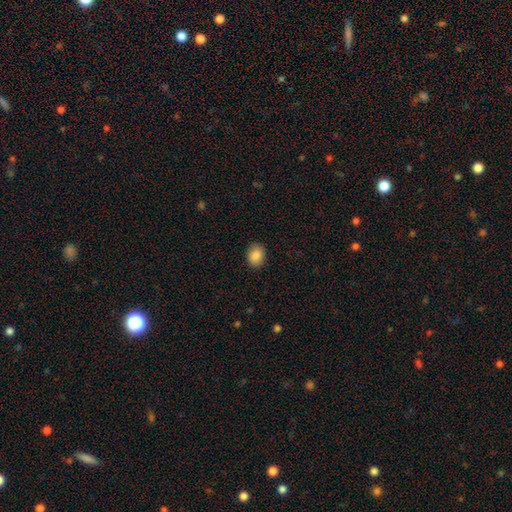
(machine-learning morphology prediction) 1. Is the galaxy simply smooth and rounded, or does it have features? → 89% smooth, 8% star or artifact, 4% featured or disk.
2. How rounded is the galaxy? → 60% in between, 39% round, 1% cigar-shaped.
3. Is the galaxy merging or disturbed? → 87% none, 9% minor disturbance, 2% major disturbance, 1% merger.